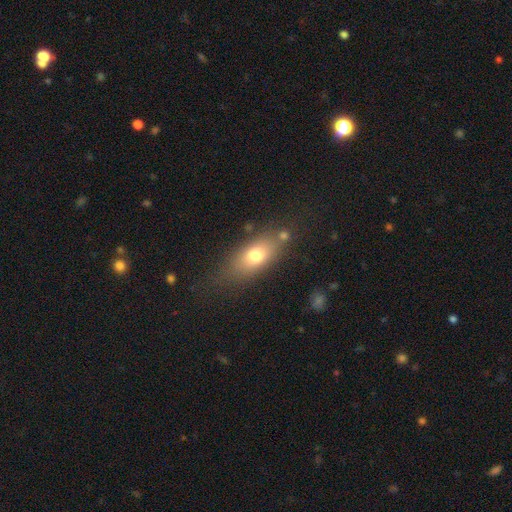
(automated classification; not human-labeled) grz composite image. It shows a smooth galaxy with no disk features (73%) that is in between round and cigar-shaped (78%). Merging: none (67%).